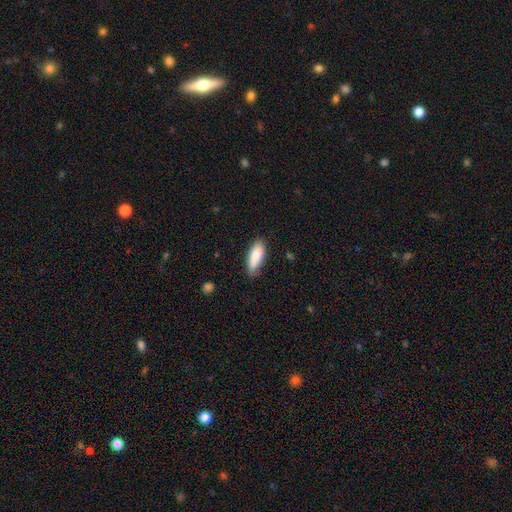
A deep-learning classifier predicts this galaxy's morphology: This appears to be a smooth galaxy with no disk features (86%) that is in between round and cigar-shaped (69%). Merging: none (74%).